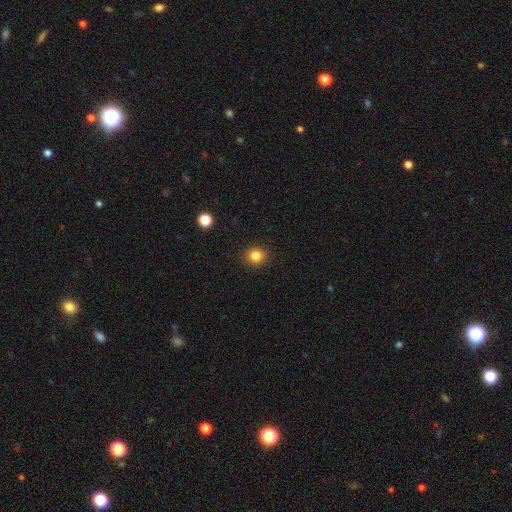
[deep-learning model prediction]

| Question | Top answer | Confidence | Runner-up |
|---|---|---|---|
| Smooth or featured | smooth | 83% | star or artifact (12%) |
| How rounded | round | 77% | in between (22%) |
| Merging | none | 90% | minor disturbance (7%) |